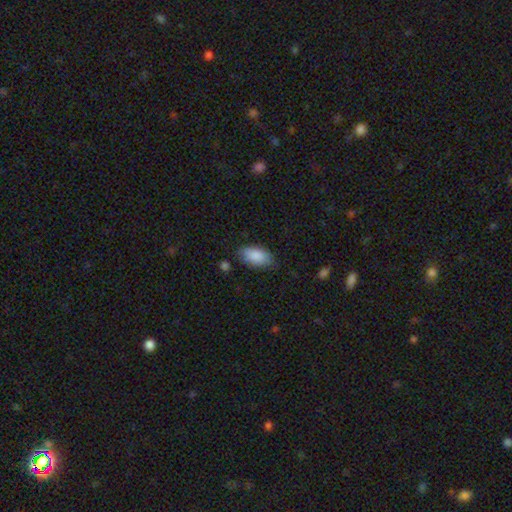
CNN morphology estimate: Overall: smooth (88%). How rounded: in between (94%). Merging: none (78%).